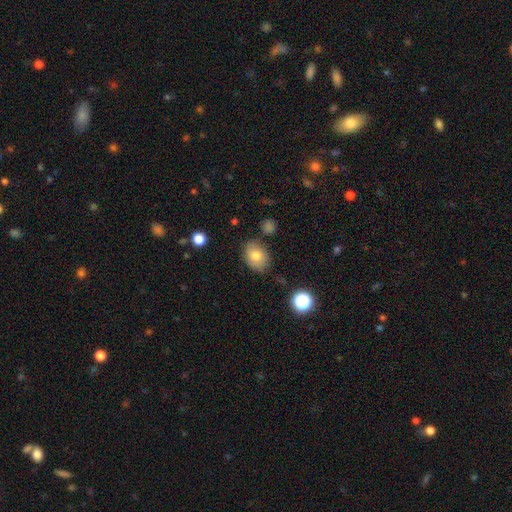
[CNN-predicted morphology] A smooth galaxy with no disk features (78%) that is in between round and cigar-shaped (62%).

Vote fractions:
- Smooth or featured? smooth: 78% / featured or disk: 12% / star or artifact: 10%
- How rounded? in between: 62% / round: 37% / cigar-shaped: 1%
- Merging? none: 75% / minor disturbance: 17% / merger: 4% / major disturbance: 4%